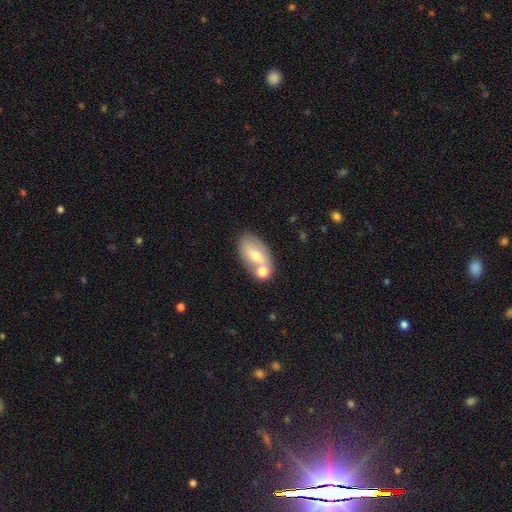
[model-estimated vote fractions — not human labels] Morphology: type=smooth (56%); roundness=in between (90%); merging=none (56%).